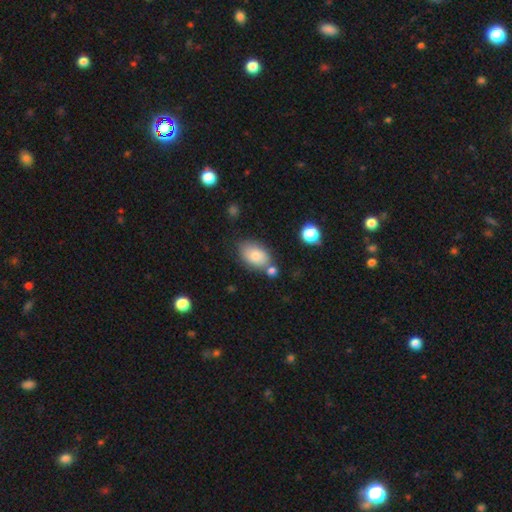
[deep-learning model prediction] Smooth or featured: smooth — 80% (featured or disk — 12%)
How rounded: in between — 89% (round — 9%)
Merging: none — 64% (minor disturbance — 17%)